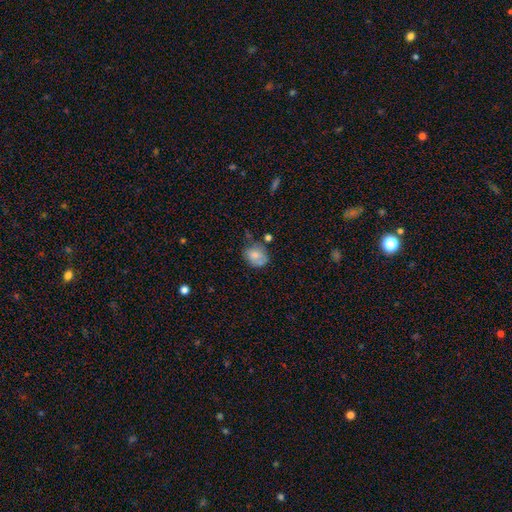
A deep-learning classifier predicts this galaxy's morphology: Smooth or featured?
  - smooth: 71% *
  - featured or disk: 20%
  - star or artifact: 9%
How rounded?
  - round: 57% *
  - in between: 42%
  - cigar-shaped: 1%
Merging?
  - none: 54% *
  - minor disturbance: 29%
  - major disturbance: 9%
  - merger: 7%